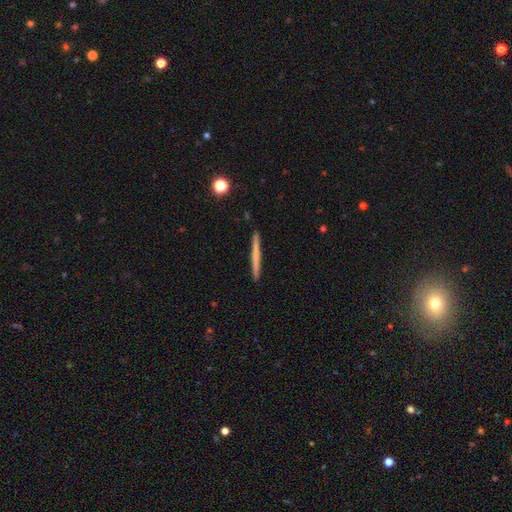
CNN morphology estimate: Smooth or featured? Predicted: smooth (p=0.57). How rounded? Predicted: cigar-shaped (p=0.97). Merging? Predicted: none (p=0.93).